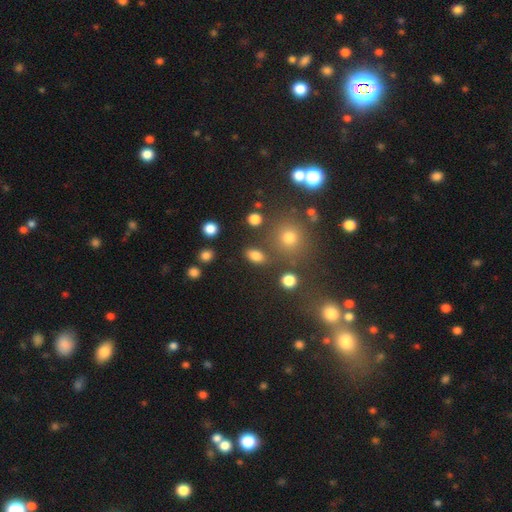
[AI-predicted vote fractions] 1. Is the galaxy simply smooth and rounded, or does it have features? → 80% smooth, 13% star or artifact, 6% featured or disk.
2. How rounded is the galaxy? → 83% in between, 15% round, 3% cigar-shaped.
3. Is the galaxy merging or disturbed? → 78% none, 10% minor disturbance, 8% merger, 4% major disturbance.